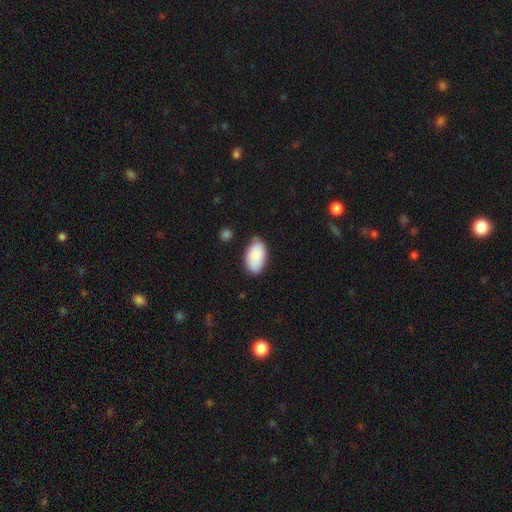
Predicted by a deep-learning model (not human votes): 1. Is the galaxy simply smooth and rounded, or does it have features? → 89% smooth, 6% star or artifact, 5% featured or disk.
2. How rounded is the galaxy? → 95% in between, 4% round, 2% cigar-shaped.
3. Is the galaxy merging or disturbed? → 76% none, 18% minor disturbance, 3% major disturbance, 2% merger.